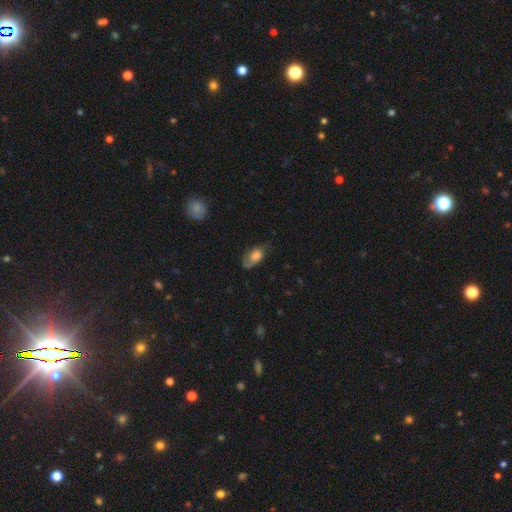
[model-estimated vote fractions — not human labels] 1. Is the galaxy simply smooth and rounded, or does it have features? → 67% smooth, 25% featured or disk, 8% star or artifact.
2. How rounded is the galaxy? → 86% in between, 11% round, 3% cigar-shaped.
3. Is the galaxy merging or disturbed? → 52% none, 31% minor disturbance, 15% major disturbance, 2% merger.